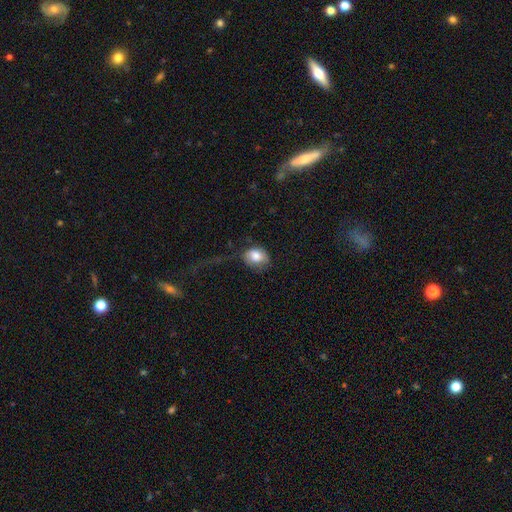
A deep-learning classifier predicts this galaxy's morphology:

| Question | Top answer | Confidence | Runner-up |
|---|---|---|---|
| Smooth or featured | smooth | 80% | featured or disk (13%) |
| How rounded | in between | 52% | round (47%) |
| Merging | none | 44% | major disturbance (27%) |